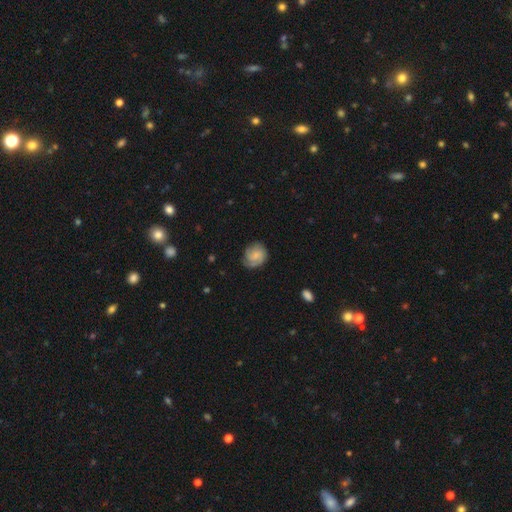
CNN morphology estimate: This appears to be a featured or disk galaxy (55%) with no bar (61%), spiral arms (90%) and a small central bulge (47%). Merging: none (69%).